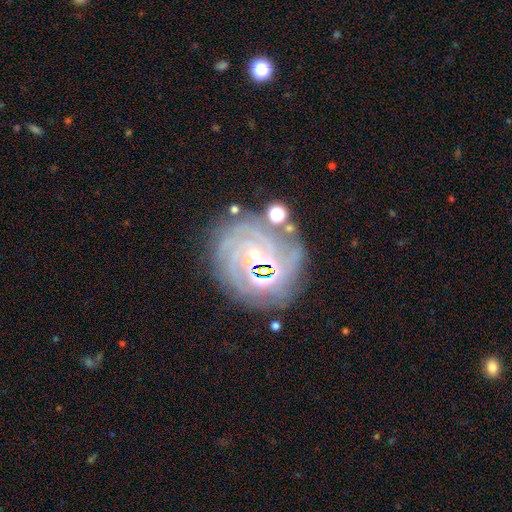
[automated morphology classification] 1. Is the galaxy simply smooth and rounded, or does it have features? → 79% featured or disk, 13% star or artifact, 8% smooth.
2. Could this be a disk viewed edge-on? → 97% no, 3% yes.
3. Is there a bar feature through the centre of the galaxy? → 52% no, 33% weak, 15% strong.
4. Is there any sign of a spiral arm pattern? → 97% yes, 3% no.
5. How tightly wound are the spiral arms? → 82% tight, 15% medium, 3% loose.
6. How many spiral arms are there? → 24% 4, 23% can't tell, 19% 3, 17% more than 4, 11% 2, 8% 1.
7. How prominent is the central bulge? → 65% small, 24% moderate, 6% none, 3% large, 1% dominant.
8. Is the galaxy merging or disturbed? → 72% none, 15% minor disturbance, 7% major disturbance, 6% merger.